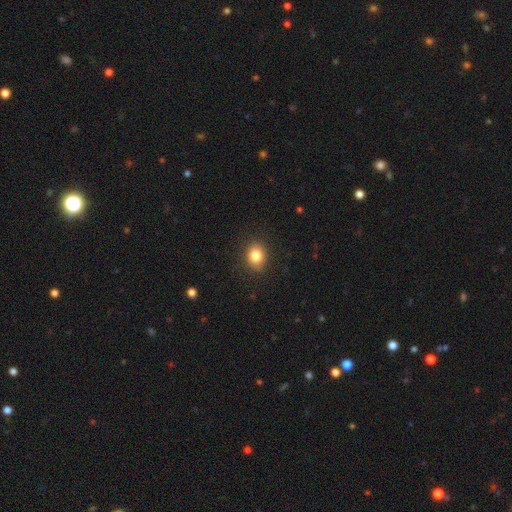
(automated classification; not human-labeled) The model was most divided on "how rounded": round: 53%, in between: 46%, cigar-shaped: 1%. More confident: merging — none (88%); smooth or featured — smooth (83%).